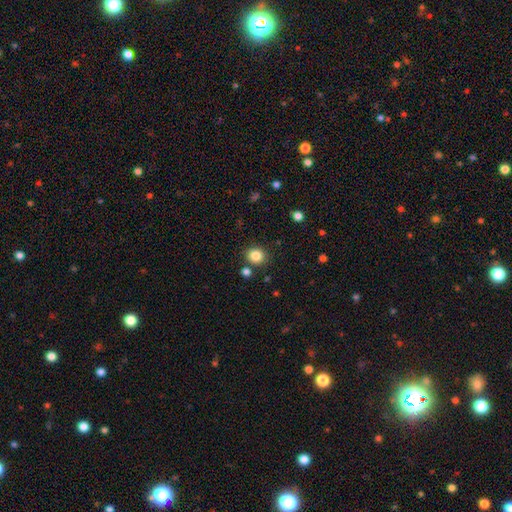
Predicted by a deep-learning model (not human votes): smooth-or-featured: smooth: 84% | star or artifact: 11% | featured or disk: 5%
  how-rounded: round: 80% | in between: 19% | cigar-shaped: 1%
  merging: none: 83% | minor disturbance: 8% | merger: 6% | major disturbance: 3%